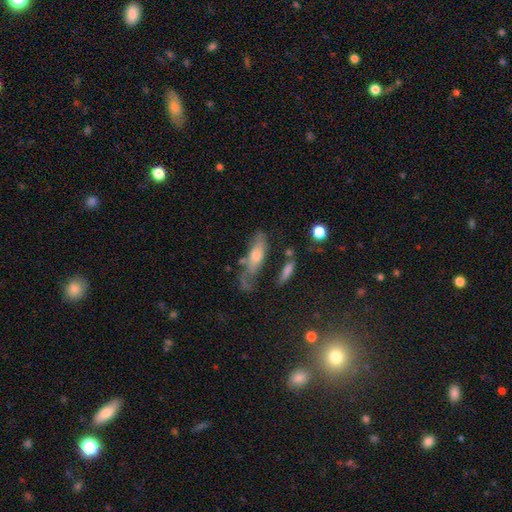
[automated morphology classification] Smooth or featured? Predicted: featured or disk (p=0.46). Merging? Predicted: none (p=0.39).